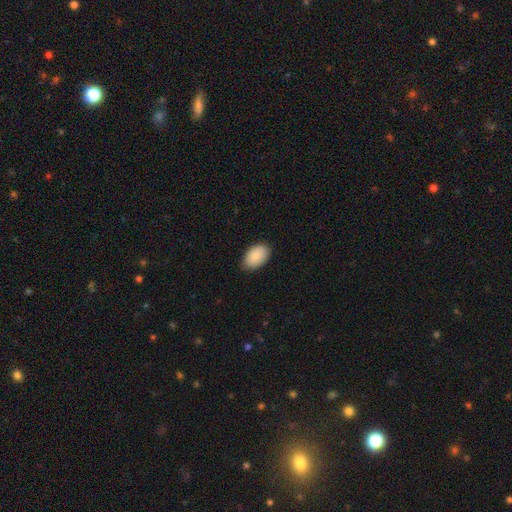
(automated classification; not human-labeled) smooth_or_featured: smooth (p=0.89) [alt: star or artifact p=0.06]
how_rounded: in between (p=0.93) [alt: round p=0.06]
merging: none (p=0.84) [alt: minor disturbance p=0.13]